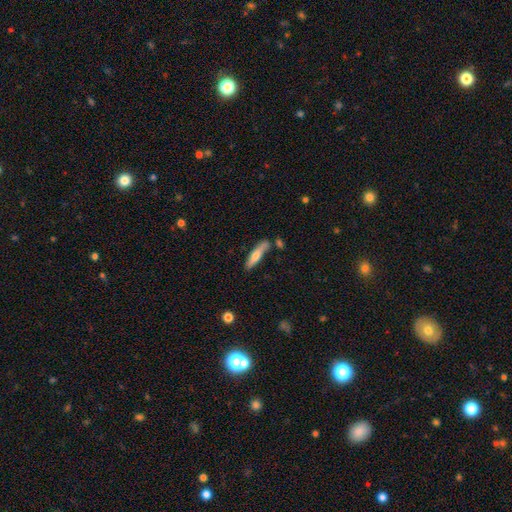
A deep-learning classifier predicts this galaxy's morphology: Smooth or featured: smooth — 64% (featured or disk — 31%)
How rounded: cigar-shaped — 79% (in between — 19%)
Merging: none — 71% (minor disturbance — 17%)